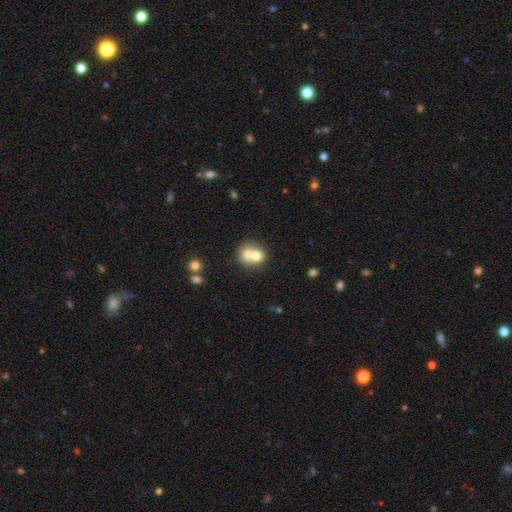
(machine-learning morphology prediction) Smooth or featured? Predicted: smooth (p=0.69). How rounded? Predicted: round (p=0.74). Merging? Predicted: merger (p=0.65).